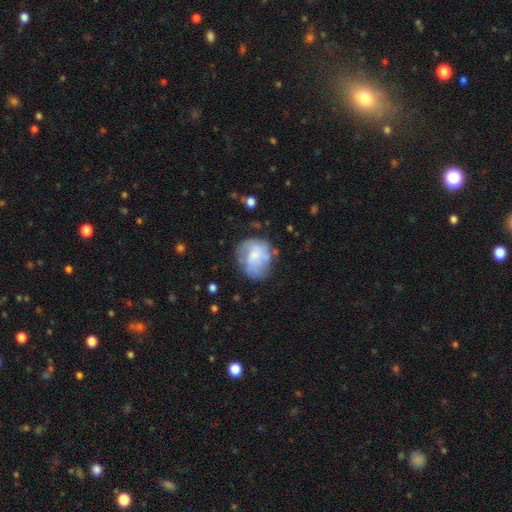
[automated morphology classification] Q: Smooth or featured?
A: smooth (55%); runner-up: featured or disk (37%)
Q: How rounded?
A: round (62%); runner-up: in between (38%)
Q: Merging?
A: none (50%); runner-up: minor disturbance (27%)